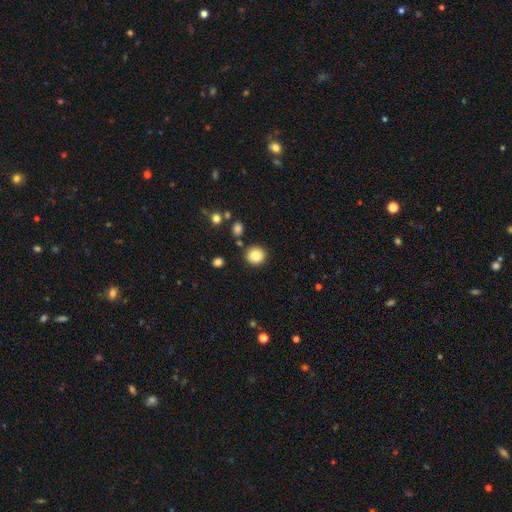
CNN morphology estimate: Smooth or featured? smooth (85%)
How rounded? round (89%)
Merging? none (86%)